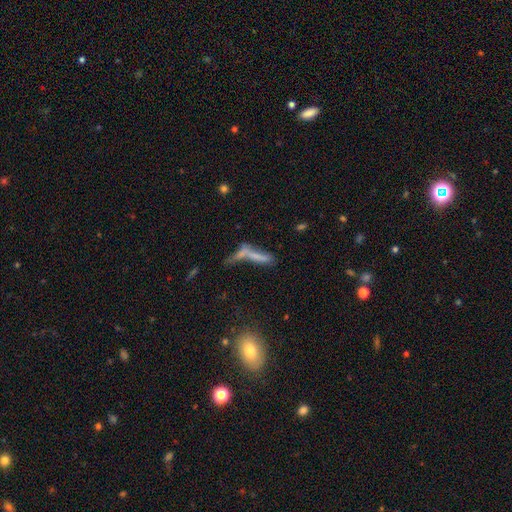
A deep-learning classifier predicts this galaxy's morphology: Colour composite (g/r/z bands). It shows a smooth galaxy with no disk features (53%) that is cigar-shaped (79%). Merging: merger (40%).